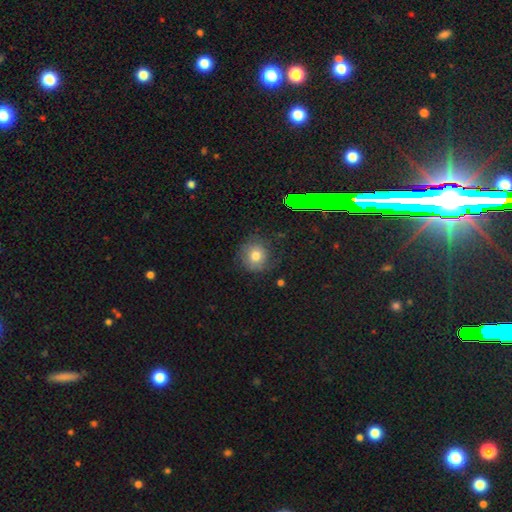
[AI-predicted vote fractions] Smooth or featured?
  - smooth: 70% *
  - featured or disk: 15%
  - star or artifact: 14%
How rounded?
  - round: 90% *
  - in between: 9%
  - cigar-shaped: 1%
Merging?
  - none: 76% *
  - minor disturbance: 15%
  - major disturbance: 7%
  - merger: 2%